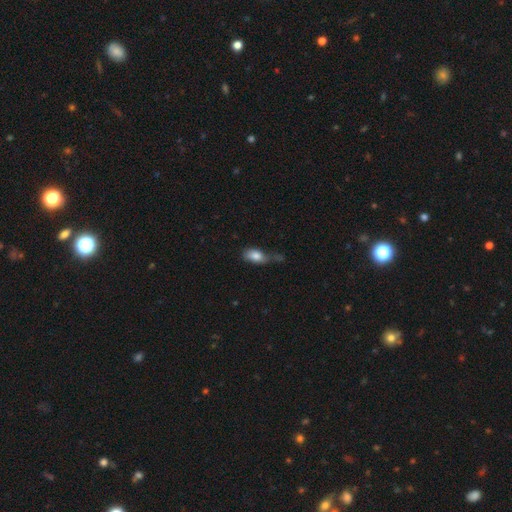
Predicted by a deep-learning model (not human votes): Smooth or featured?
  - smooth: 81% *
  - featured or disk: 12%
  - star or artifact: 8%
How rounded?
  - in between: 87% *
  - round: 8%
  - cigar-shaped: 6%
Merging?
  - none: 34% *
  - minor disturbance: 29%
  - major disturbance: 22%
  - merger: 15%